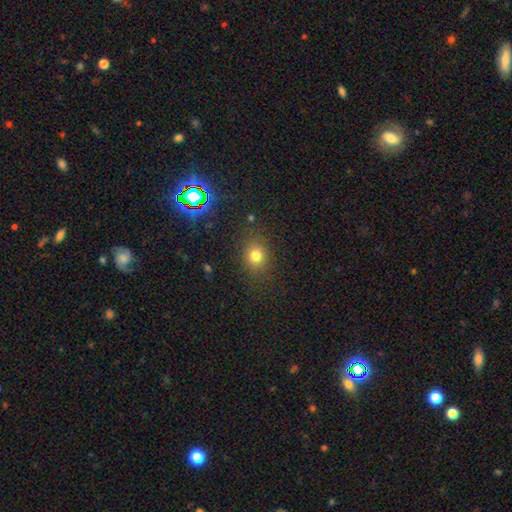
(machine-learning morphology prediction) Smooth or featured? Predicted: smooth (p=0.75). How rounded? Predicted: round (p=0.63). Merging? Predicted: none (p=0.85).